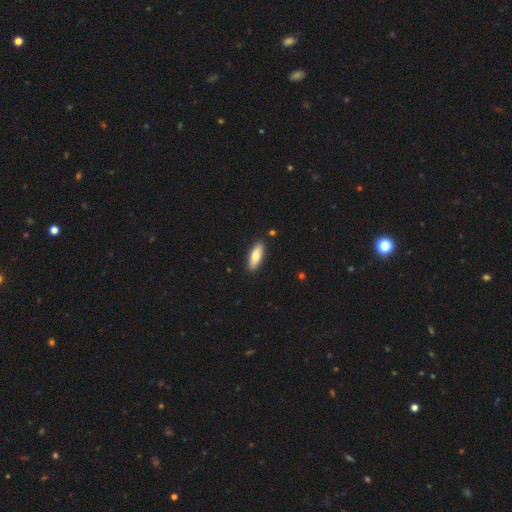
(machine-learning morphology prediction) This appears to be a smooth galaxy with no disk features (75%) that is in between round and cigar-shaped (57%). Merging: none (88%).